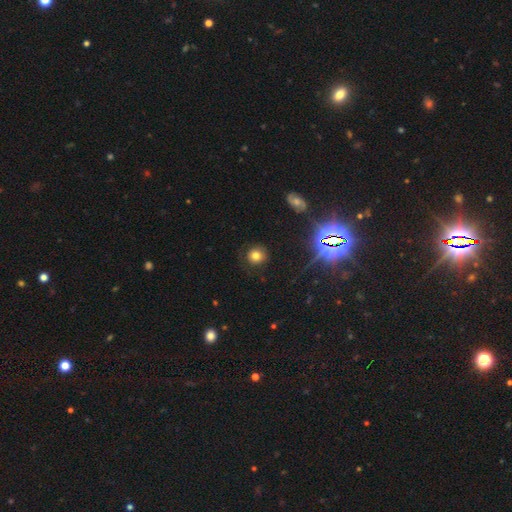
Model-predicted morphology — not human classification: This is likely a smooth galaxy (71%). How rounded: clearly round (90%). Merging: clearly none (85%).